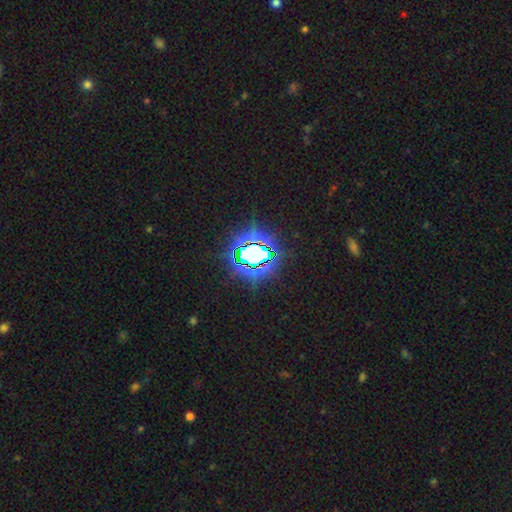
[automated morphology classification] A star or artifact, not a galaxy (76%).

Vote fractions:
- Smooth or featured? star or artifact: 76% / smooth: 14% / featured or disk: 10%